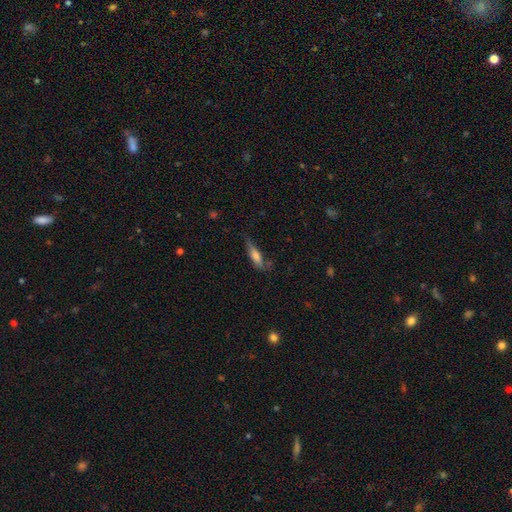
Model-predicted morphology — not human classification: Smooth or featured? smooth (62%)
How rounded? cigar-shaped (64%)
Merging? none (55%)